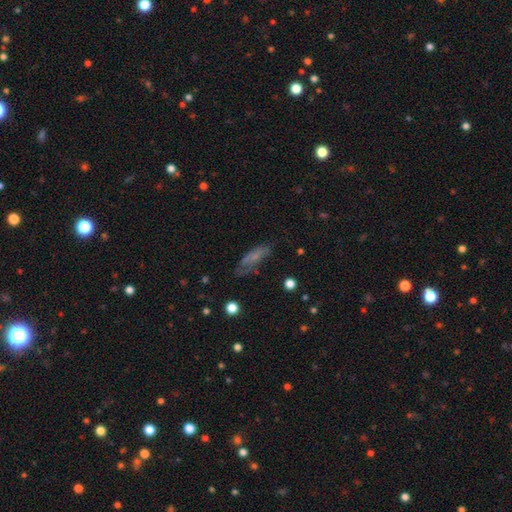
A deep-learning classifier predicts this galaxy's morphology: Overall: smooth (55%; featured or disk 30%). How rounded: cigar-shaped (49%; in between 47%). Merging: none (57%; minor disturbance 26%).